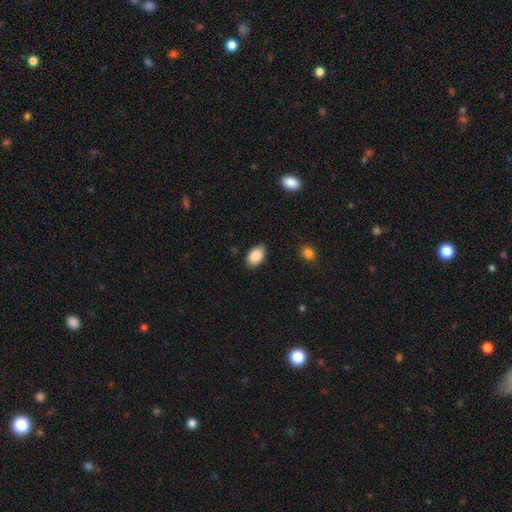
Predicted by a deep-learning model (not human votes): smooth_or_featured: smooth (p=0.89) [alt: star or artifact p=0.07]
how_rounded: in between (p=0.92) [alt: round p=0.07]
merging: none (p=0.85) [alt: minor disturbance p=0.12]